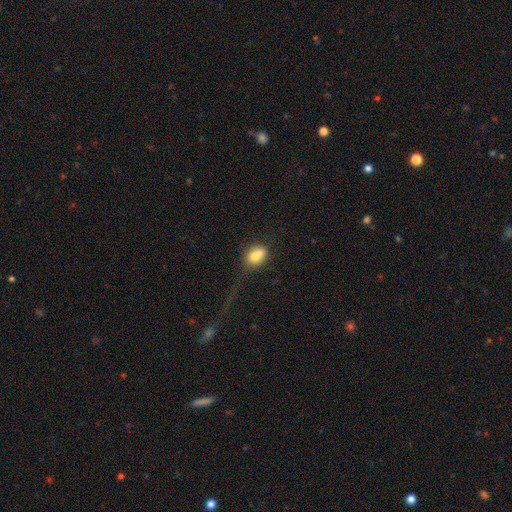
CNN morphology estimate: smooth-or-featured: smooth: 72% | featured or disk: 18% | star or artifact: 10%
  how-rounded: in between: 56% | round: 42% | cigar-shaped: 2%
  merging: none: 31% (tied) | merger: 31% (tied) | major disturbance: 19% | minor disturbance: 18%